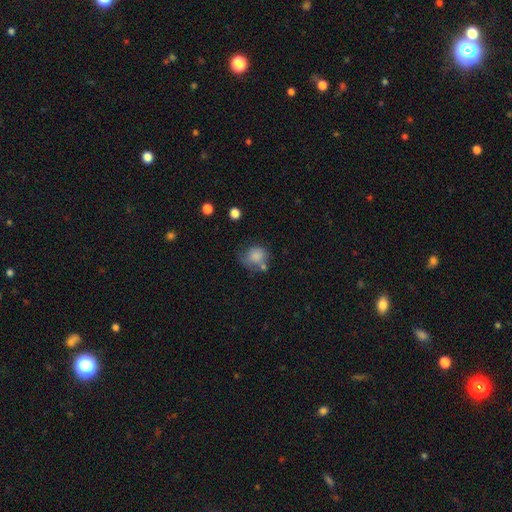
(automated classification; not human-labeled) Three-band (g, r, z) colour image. It shows a smooth galaxy with no disk features (80%) that is round (68%). Merging: none (43%).